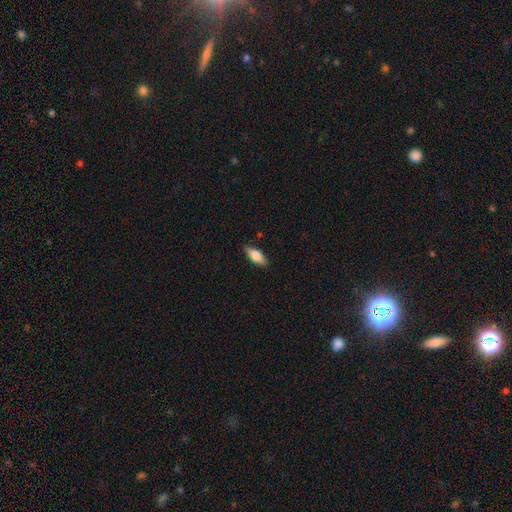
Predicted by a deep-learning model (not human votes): This appears to be a smooth galaxy with no disk features (77%) that is in between round and cigar-shaped (78%). Merging: none (85%).